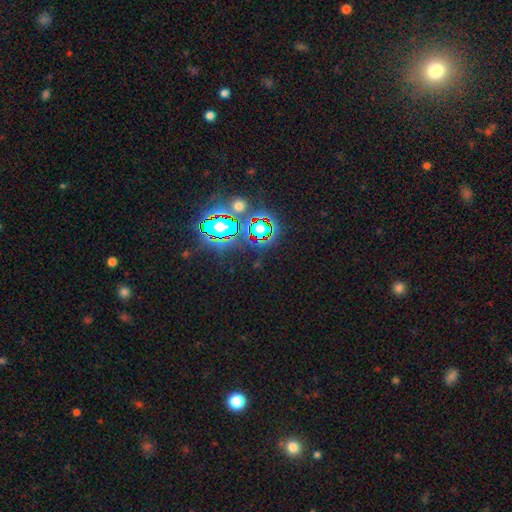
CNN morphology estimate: type=star or artifact (81%).